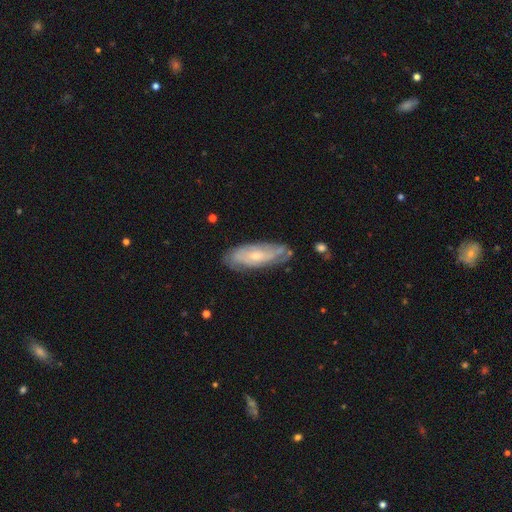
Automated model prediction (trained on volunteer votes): Q: Smooth or featured?
A: featured or disk (64%); runner-up: smooth (30%)
Q: Edge-on disk?
A: no (83%); runner-up: yes (17%)
Q: Bar?
A: no (71%); runner-up: weak (24%)
Q: Spiral arms?
A: yes (77%); runner-up: no (23%)
Q: Bulge size?
A: small (66%); runner-up: moderate (30%)
Q: Merging?
A: none (69%); runner-up: minor disturbance (23%)